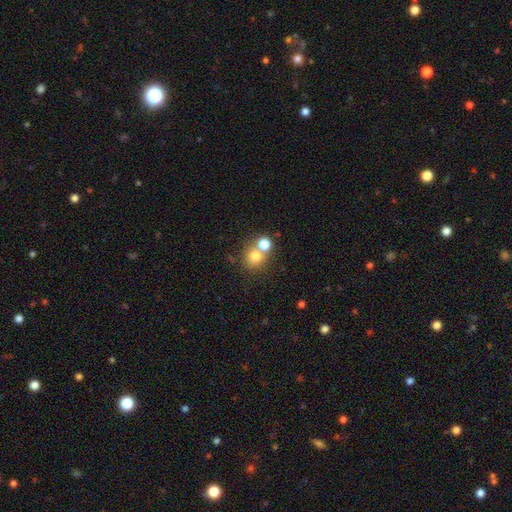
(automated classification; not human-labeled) smooth 75%, star or artifact 14%, featured or disk 11%. Down the decision tree: how rounded — round (86%); merging — none (50%).